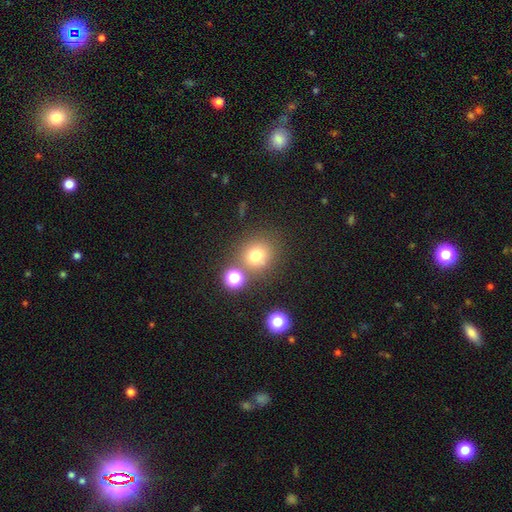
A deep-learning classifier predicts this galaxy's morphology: smooth_or_featured: smooth (p=0.74) [alt: star or artifact p=0.17]
how_rounded: round (p=0.85) [alt: in between p=0.14]
merging: none (p=0.72) [alt: merger p=0.14]